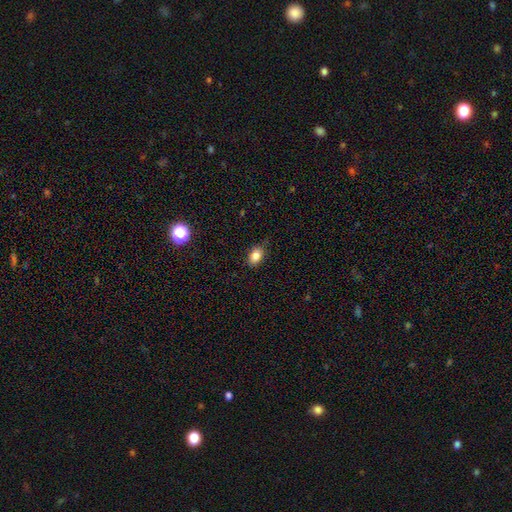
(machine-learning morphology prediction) A smooth galaxy with no disk features (82%) that is in between round and cigar-shaped (80%).

Vote fractions:
- Smooth or featured? smooth: 82% / star or artifact: 10% / featured or disk: 8%
- How rounded? in between: 80% / round: 18% / cigar-shaped: 2%
- Merging? none: 78% / minor disturbance: 17% / major disturbance: 3% / merger: 1%